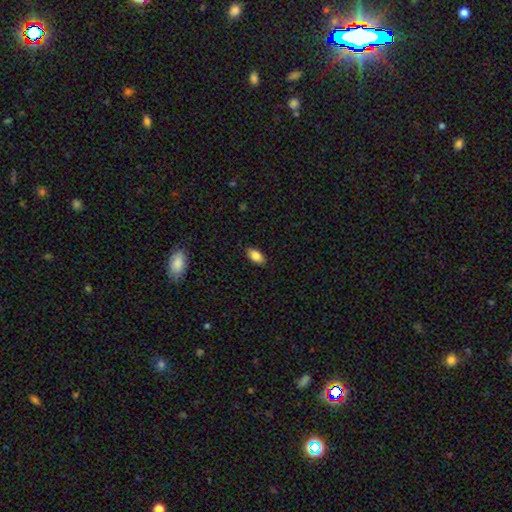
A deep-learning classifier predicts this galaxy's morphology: Overall: smooth (86%). How rounded: in between (92%). Merging: none (87%).